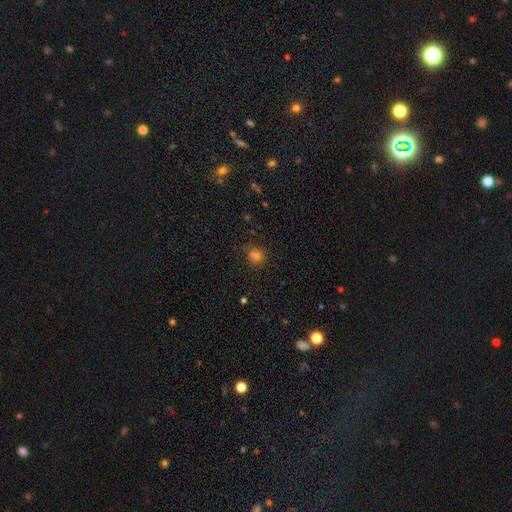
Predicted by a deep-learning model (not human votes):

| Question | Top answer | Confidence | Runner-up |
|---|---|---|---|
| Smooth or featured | smooth | 67% | star or artifact (24%) |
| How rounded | round | 82% | in between (17%) |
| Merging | none | 67% | merger (16%) |